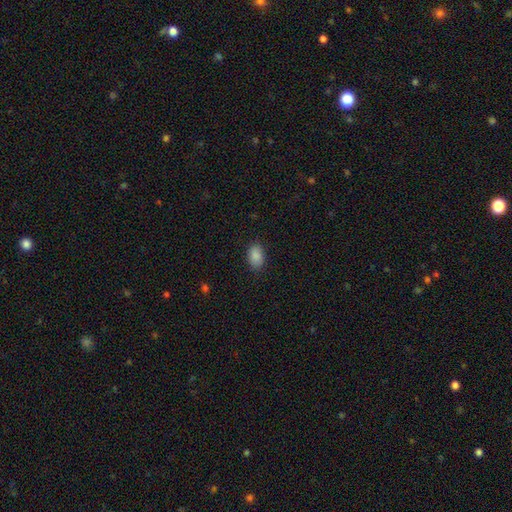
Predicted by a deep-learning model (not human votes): smooth-or-featured: smooth: 89% | star or artifact: 8% | featured or disk: 3%
  how-rounded: in between: 87% | round: 11% | cigar-shaped: 1%
  merging: none: 87% | minor disturbance: 10% | major disturbance: 3% | merger: 1%